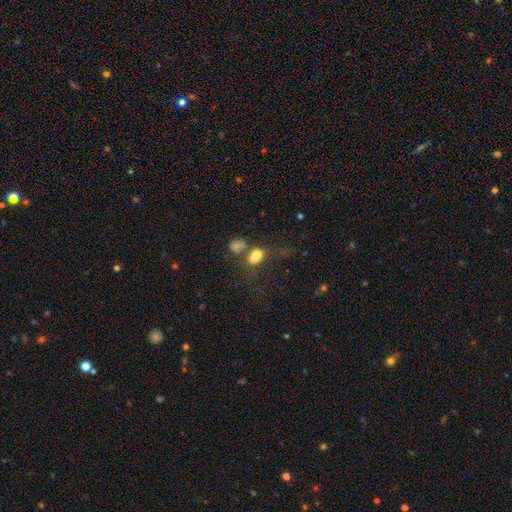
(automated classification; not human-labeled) smooth 72%, star or artifact 15%, featured or disk 13%. Down the decision tree: how rounded — in between (71%); merging — merger (42%).